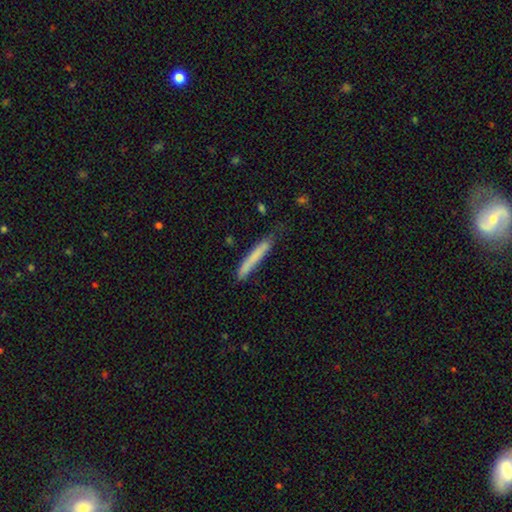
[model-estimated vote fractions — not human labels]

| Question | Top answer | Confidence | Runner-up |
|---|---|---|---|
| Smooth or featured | smooth | 74% | featured or disk (19%) |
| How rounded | cigar-shaped | 96% | in between (3%) |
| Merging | none | 70% | minor disturbance (22%) |